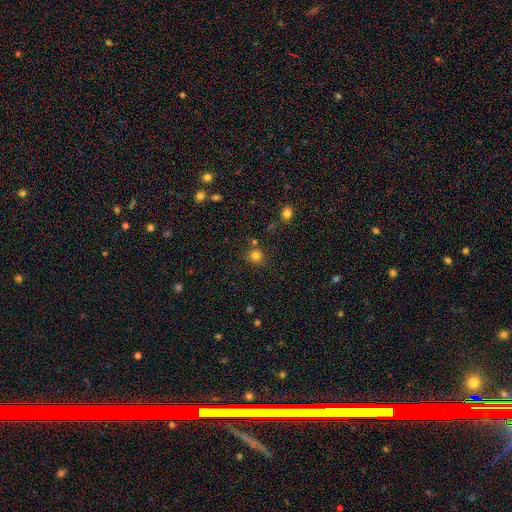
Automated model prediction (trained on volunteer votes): This appears to be a smooth galaxy with no disk features (79%) that is round (86%). Merging: none (76%).